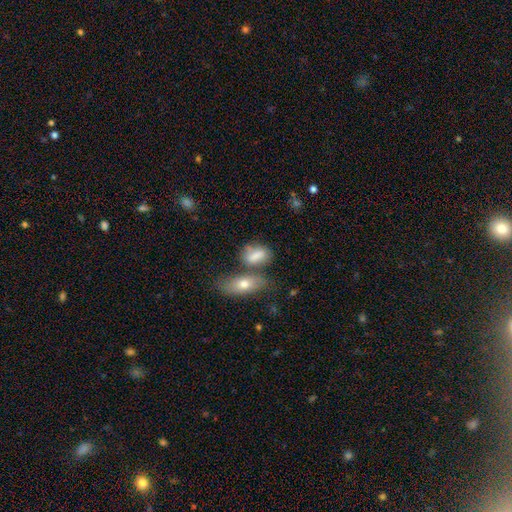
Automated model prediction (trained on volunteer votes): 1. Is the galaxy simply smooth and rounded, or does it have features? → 77% smooth, 15% featured or disk, 8% star or artifact.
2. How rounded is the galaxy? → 83% in between, 10% round, 7% cigar-shaped.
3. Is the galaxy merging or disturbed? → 46% none, 29% merger, 18% minor disturbance, 7% major disturbance.